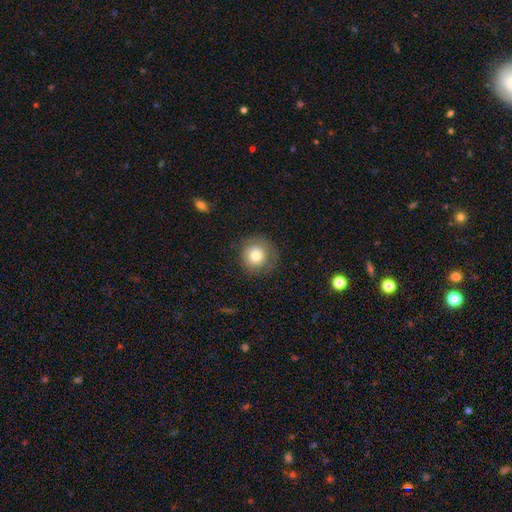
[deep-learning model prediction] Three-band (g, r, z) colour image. It shows a smooth galaxy with no disk features (74%) that is round (94%). Merging: none (77%).